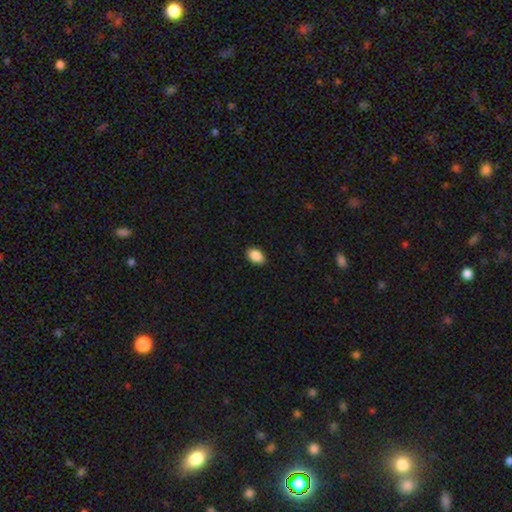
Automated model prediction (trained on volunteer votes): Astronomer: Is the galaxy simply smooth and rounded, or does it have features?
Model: smooth — 89%.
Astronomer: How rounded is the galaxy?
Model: in between — 88%.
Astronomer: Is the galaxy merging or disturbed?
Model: none — 90%.